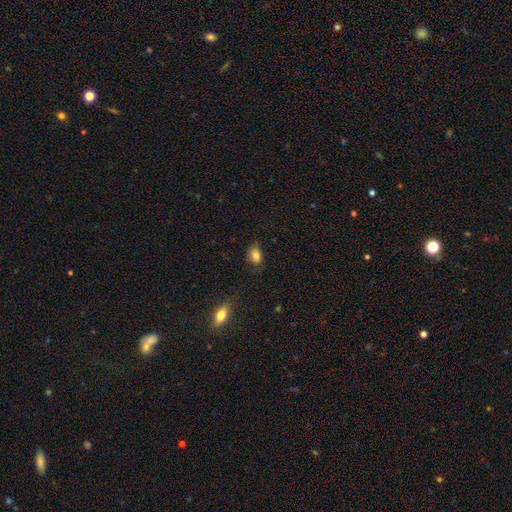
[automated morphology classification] Smooth or featured: smooth — 83% (star or artifact — 9%)
How rounded: in between — 76% (round — 22%)
Merging: none — 72% (minor disturbance — 21%)